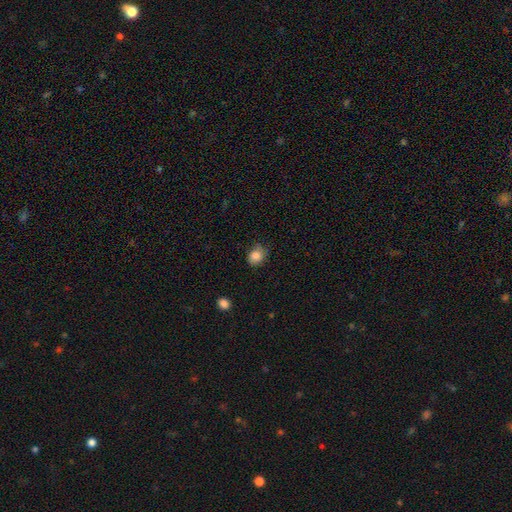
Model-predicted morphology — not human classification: A smooth galaxy with no disk features (84%) that is round (61%).

Vote fractions:
- Smooth or featured? smooth: 84% / star or artifact: 10% / featured or disk: 6%
- How rounded? round: 61% / in between: 38% / cigar-shaped: 1%
- Merging? none: 66% / minor disturbance: 27% / major disturbance: 6% / merger: 1%